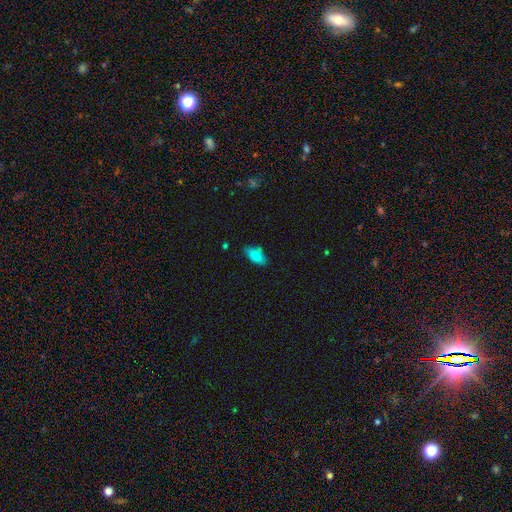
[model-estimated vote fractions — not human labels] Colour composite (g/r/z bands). It shows a smooth galaxy with no disk features (78%) that is in between round and cigar-shaped (88%). Merging: none (76%).